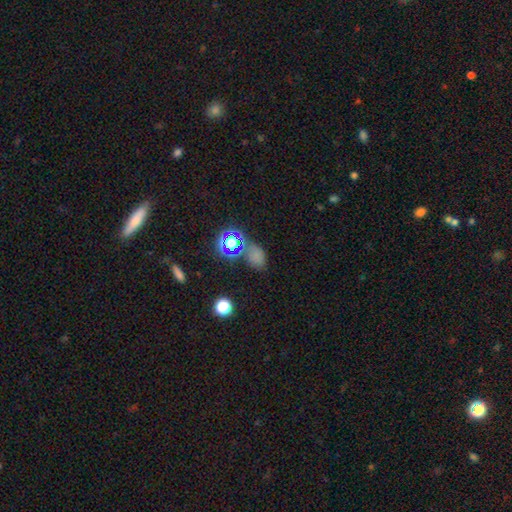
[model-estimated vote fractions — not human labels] Q: Smooth or featured?
A: smooth (57%); runner-up: star or artifact (35%)
Q: How rounded?
A: in between (72%); runner-up: round (26%)
Q: Merging?
A: none (61%); runner-up: minor disturbance (18%)